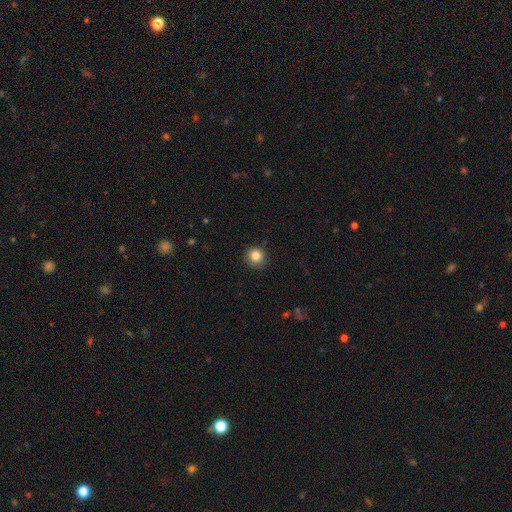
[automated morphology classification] smooth_or_featured: smooth (p=0.84) [alt: star or artifact p=0.11]
how_rounded: round (p=0.91) [alt: in between p=0.08]
merging: none (p=0.86) [alt: minor disturbance p=0.11]